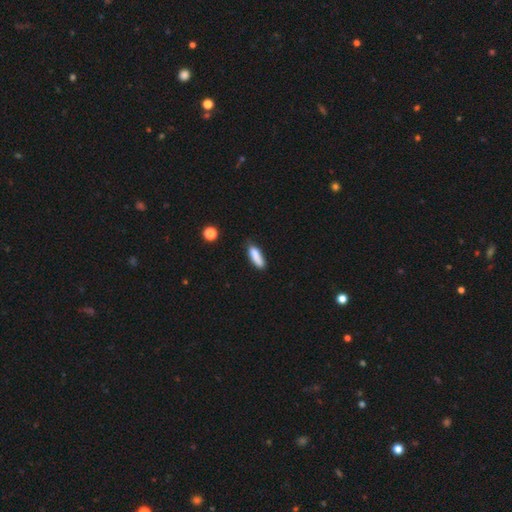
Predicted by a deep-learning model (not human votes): A smooth galaxy with no disk features (81%) that is cigar-shaped (54%). Merging: none (61%).